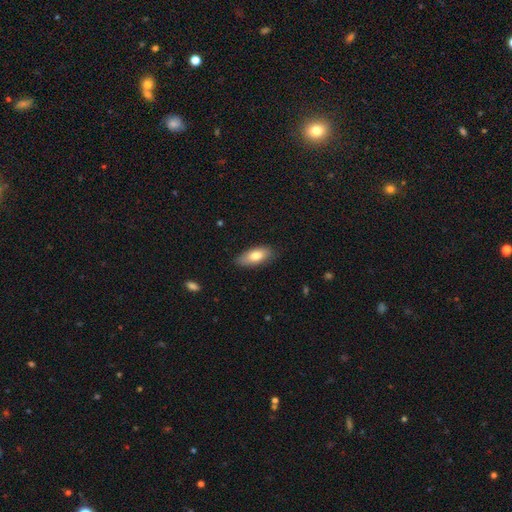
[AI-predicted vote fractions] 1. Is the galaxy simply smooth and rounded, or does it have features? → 79% smooth, 15% featured or disk, 6% star or artifact.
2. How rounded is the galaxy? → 84% in between, 13% cigar-shaped, 2% round.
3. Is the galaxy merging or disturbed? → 81% none, 15% minor disturbance, 3% major disturbance, 1% merger.